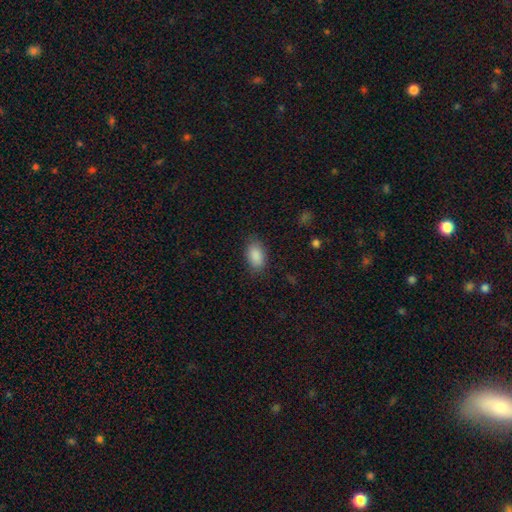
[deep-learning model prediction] Morphology: type=smooth (89%); roundness=in between (91%); merging=none (81%).